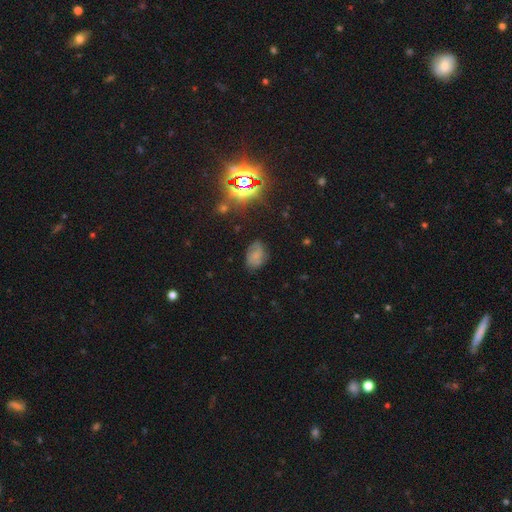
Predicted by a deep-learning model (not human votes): Overall: smooth (51%; featured or disk 32%). How rounded: in between (81%). Merging: none (67%).